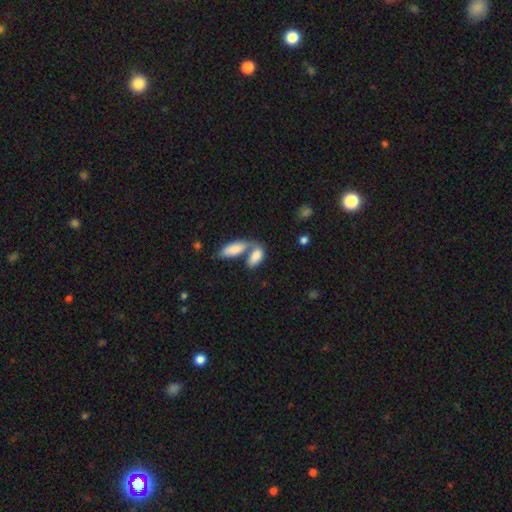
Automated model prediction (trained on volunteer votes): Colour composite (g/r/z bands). It shows a smooth galaxy with no disk features (84%) that is in between round and cigar-shaped (86%). Merging: merger (58%).